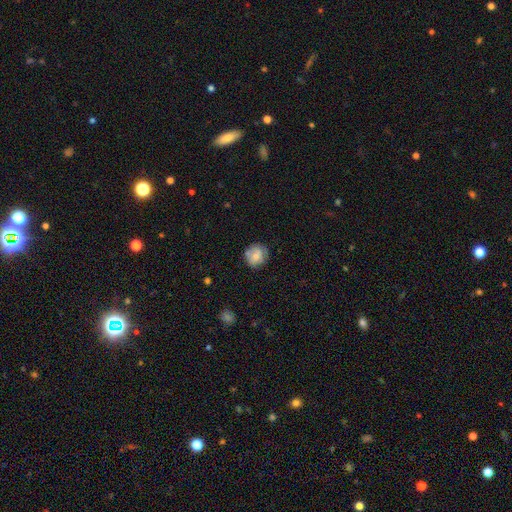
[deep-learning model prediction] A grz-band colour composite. It shows a smooth galaxy with no disk features (68%) that is round (82%). Merging: none (69%).